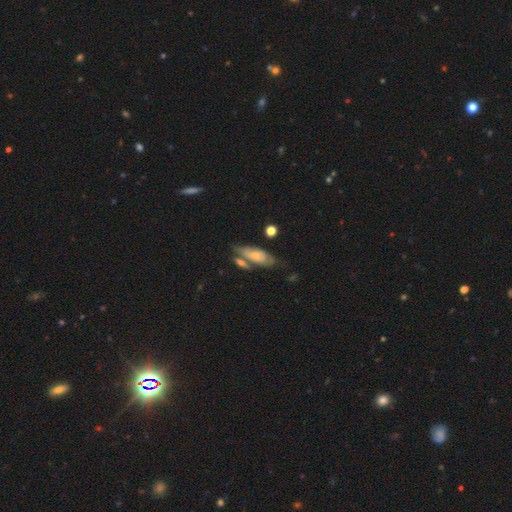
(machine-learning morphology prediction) A smooth galaxy with no disk features (47%, tied with featured or disk).

Vote fractions:
- Smooth or featured? smooth: 47% (tied) / featured or disk: 47% (tied) / star or artifact: 7%
- Merging? none: 47% / merger: 23% / minor disturbance: 22% / major disturbance: 8%